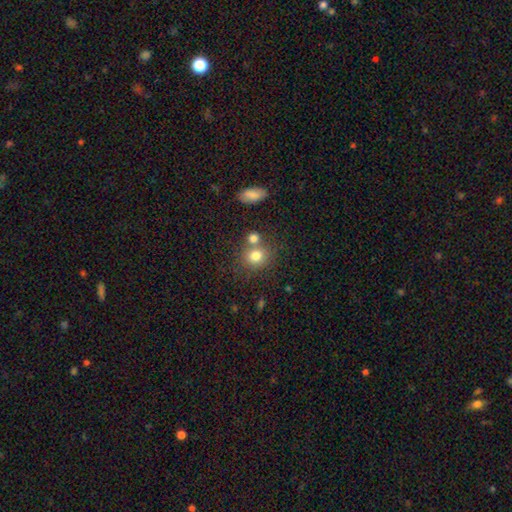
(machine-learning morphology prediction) Q: Smooth or featured?
A: smooth (79%); runner-up: star or artifact (11%)
Q: How rounded?
A: round (75%); runner-up: in between (24%)
Q: Merging?
A: none (58%); runner-up: merger (28%)